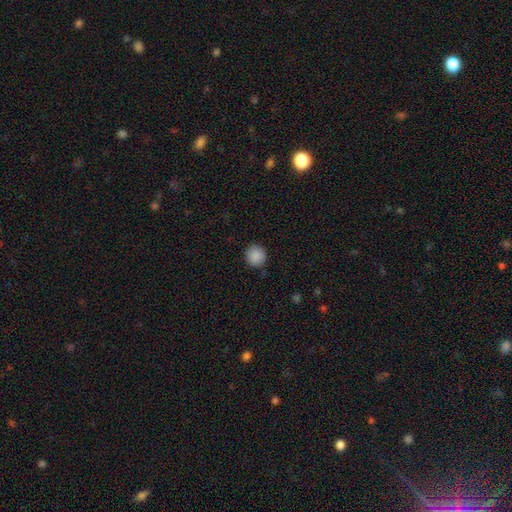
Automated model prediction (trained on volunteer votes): smooth 89%, star or artifact 8%, featured or disk 3%. Down the decision tree: how rounded — round (93%); merging — none (89%).